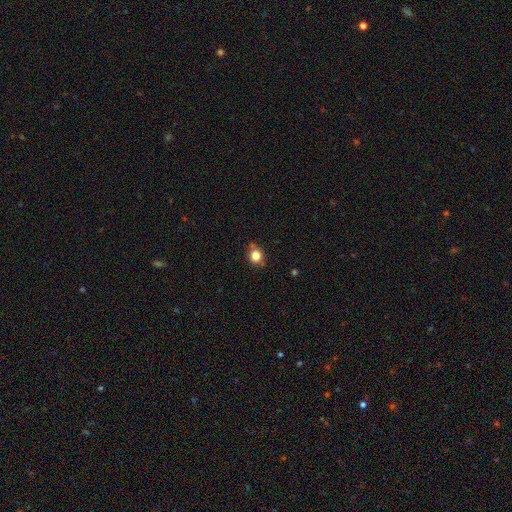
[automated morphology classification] A smooth galaxy with no disk features (81%) that is round (82%). Merging: none (77%).